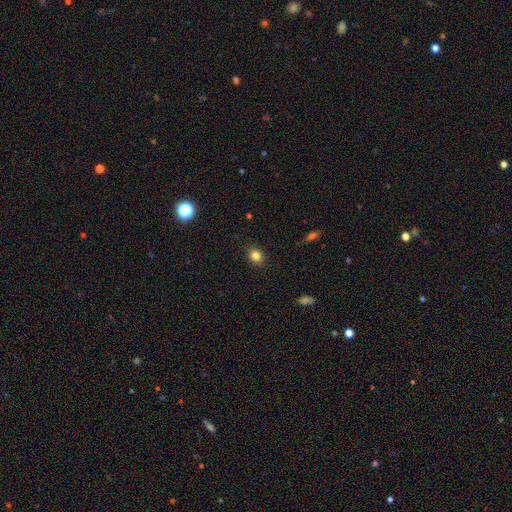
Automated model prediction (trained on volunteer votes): Overall: smooth (82%). How rounded: round (55%; in between 44%). Merging: none (88%).